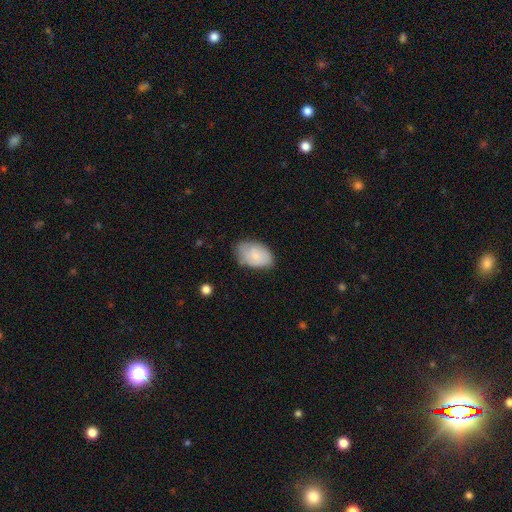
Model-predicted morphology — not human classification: Smooth or featured: smooth — 73% (featured or disk — 21%)
How rounded: in between — 91% (round — 8%)
Merging: none — 60% (minor disturbance — 31%)